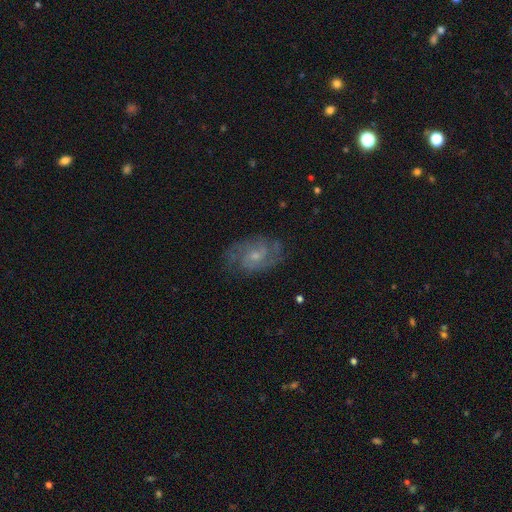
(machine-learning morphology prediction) featured or disk 79%, smooth 14%, star or artifact 7%. Down the decision tree: edge-on disk — no (97%); bar — no (60%); spiral arms — yes (93%); spiral arm count — 2 (59%); spiral winding — medium (48%); bulge size — small (62%); merging — none (74%).